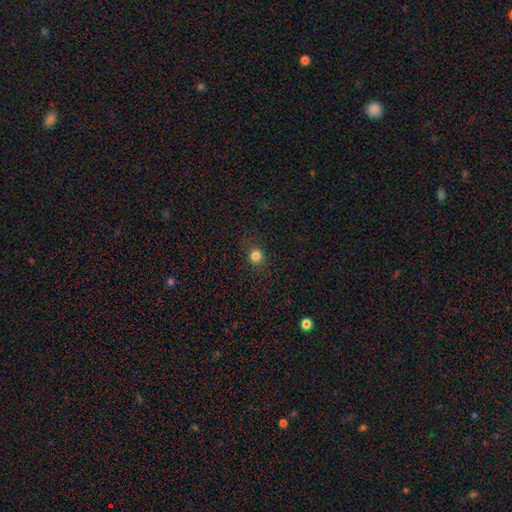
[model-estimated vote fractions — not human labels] Q: Smooth or featured?
A: smooth (80%); runner-up: star or artifact (14%)
Q: How rounded?
A: round (88%); runner-up: in between (11%)
Q: Merging?
A: none (87%); runner-up: minor disturbance (9%)